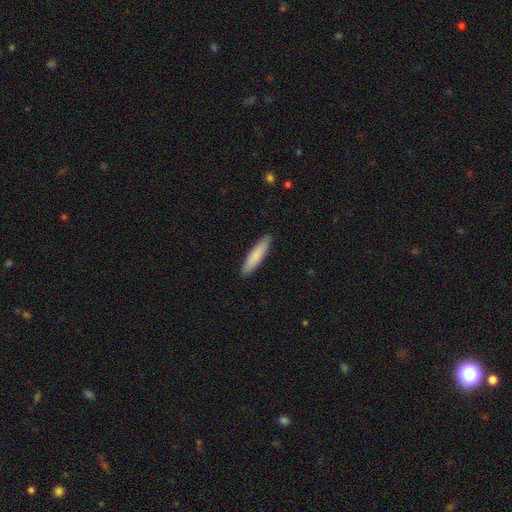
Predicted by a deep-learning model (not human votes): Smooth or featured? smooth (83%)
How rounded? cigar-shaped (82%)
Merging? none (91%)